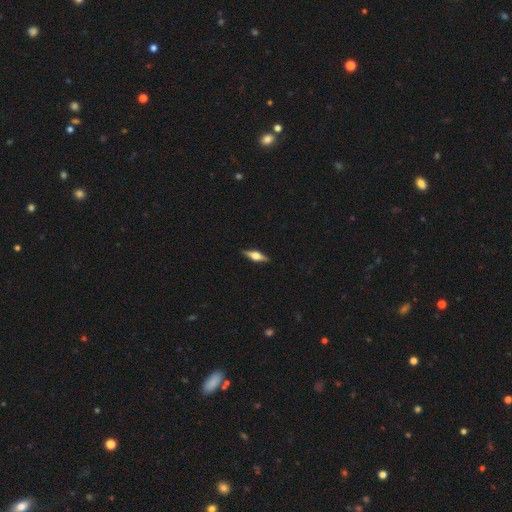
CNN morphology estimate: A featured or disk galaxy (69%) viewed edge-on (97%) with a rounded central bulge (91%).

Vote fractions:
- Smooth or featured? featured or disk: 69% / smooth: 25% / star or artifact: 6%
- Edge-on disk? yes: 97% / no: 3%
- Edge-on bulge? rounded: 91% / boxy: 7% / none: 2%
- Merging? none: 90% / minor disturbance: 8% / major disturbance: 2% / merger: 1%